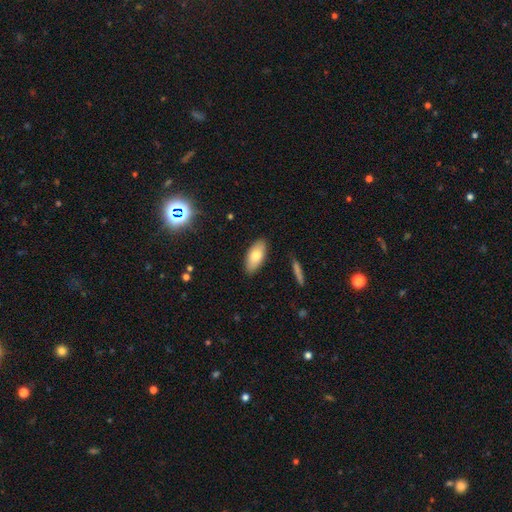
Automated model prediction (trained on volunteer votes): Smooth or featured? Predicted: smooth (p=0.76). How rounded? Predicted: in between (p=0.88). Merging? Predicted: none (p=0.88).